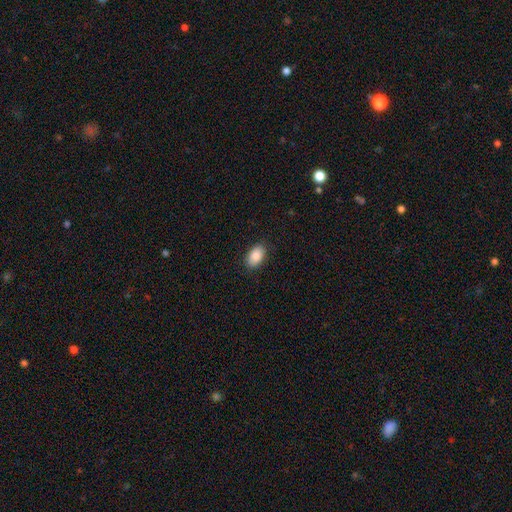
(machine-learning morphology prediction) The model was most divided on "merging": none: 87%, minor disturbance: 10%, major disturbance: 2%, merger: 1%. More confident: how rounded — in between (91%); smooth or featured — smooth (88%).